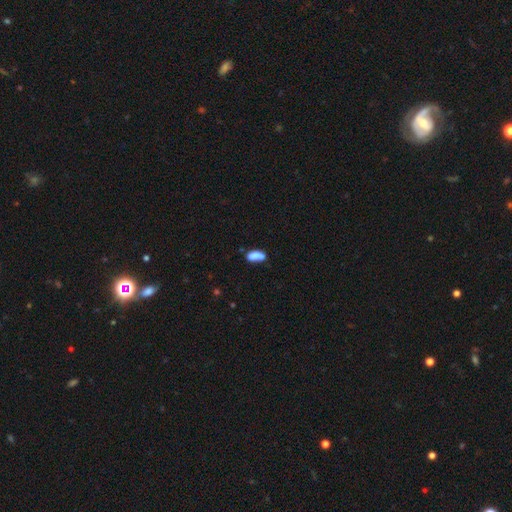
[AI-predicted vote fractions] A smooth galaxy with no disk features (81%) that is in between round and cigar-shaped (78%).

Vote fractions:
- Smooth or featured? smooth: 81% / featured or disk: 10% / star or artifact: 9%
- How rounded? in between: 78% / cigar-shaped: 18% / round: 3%
- Merging? none: 51% / minor disturbance: 27% / merger: 13% / major disturbance: 10%